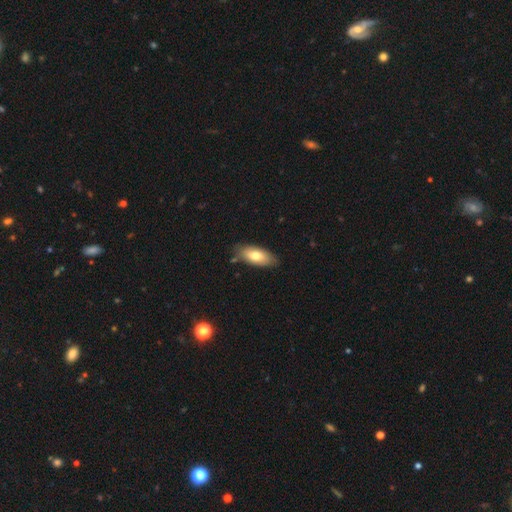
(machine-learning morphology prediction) Smooth or featured? Predicted: smooth (p=0.74). How rounded? Predicted: in between (p=0.85). Merging? Predicted: none (p=0.80).